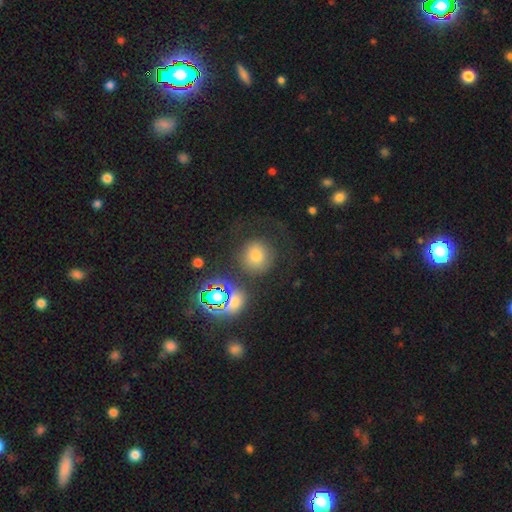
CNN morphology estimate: This appears to be a smooth galaxy with no disk features (68%) that is round (90%). Merging: none (68%).